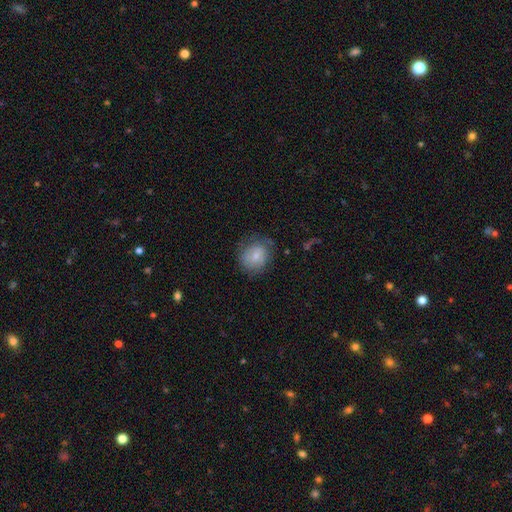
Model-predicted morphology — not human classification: Smooth or featured: smooth — 62% (featured or disk — 30%)
How rounded: round — 66% (in between — 33%)
Merging: none — 64% (minor disturbance — 24%)